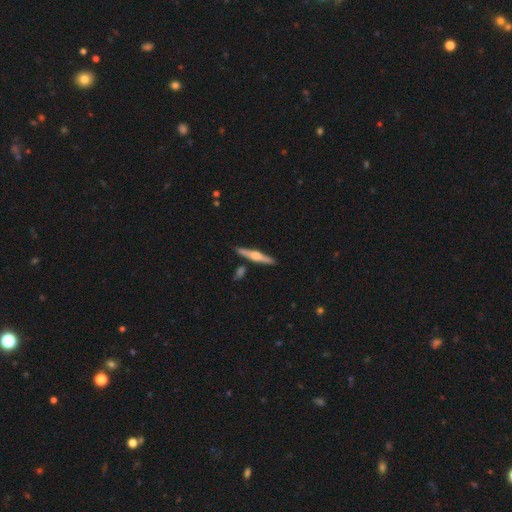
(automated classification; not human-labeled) This is likely a featured or disk galaxy (67%). It is clearly viewed edge-on (97%). Edge-on bulge: clearly rounded (92%). Merging: clearly none (86%).